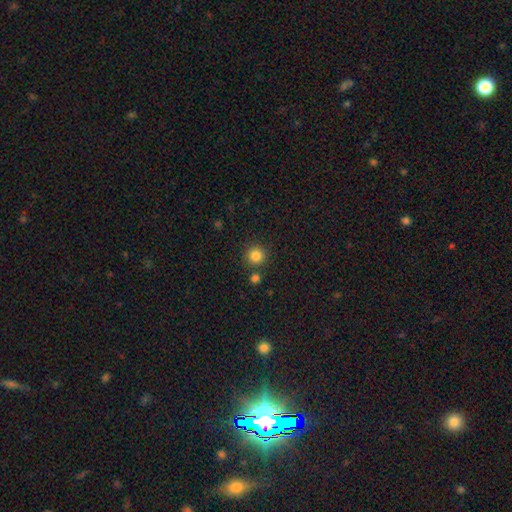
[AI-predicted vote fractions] Q: Smooth or featured?
A: smooth (84%); runner-up: star or artifact (12%)
Q: How rounded?
A: round (94%); runner-up: in between (5%)
Q: Merging?
A: none (82%); runner-up: merger (8%)